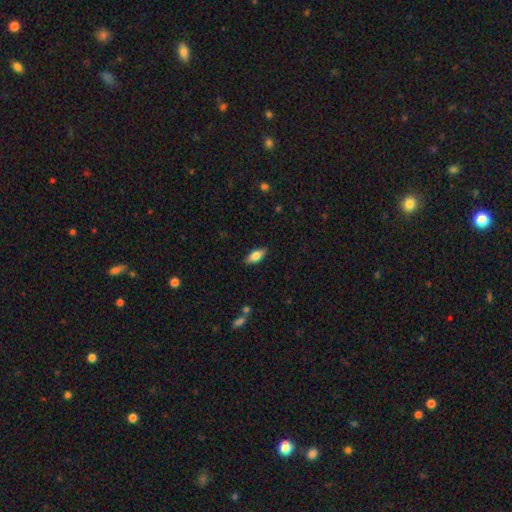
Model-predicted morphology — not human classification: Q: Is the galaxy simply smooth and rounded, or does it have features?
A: smooth — 71%.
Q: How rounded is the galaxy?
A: in between — 81%.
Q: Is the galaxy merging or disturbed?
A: none — 87%.